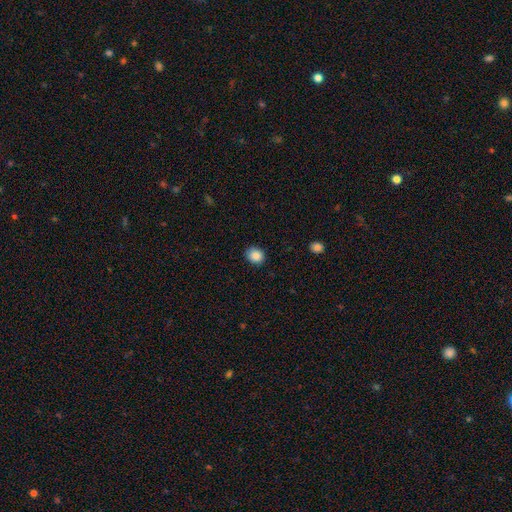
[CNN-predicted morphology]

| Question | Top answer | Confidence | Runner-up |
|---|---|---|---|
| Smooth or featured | smooth | 87% | star or artifact (9%) |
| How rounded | round | 72% | in between (27%) |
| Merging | none | 86% | minor disturbance (11%) |